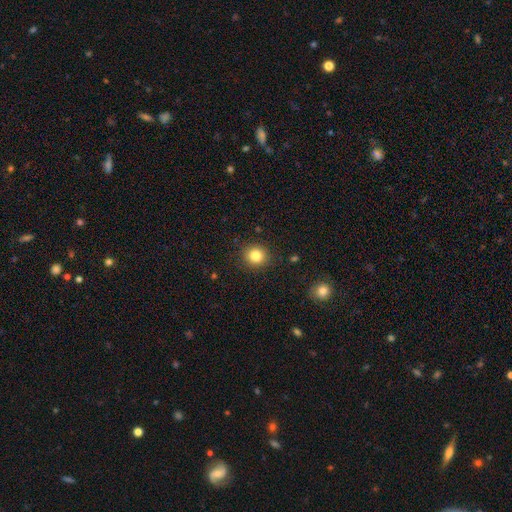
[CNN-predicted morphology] Overall: smooth (83%). How rounded: round (89%). Merging: none (89%).